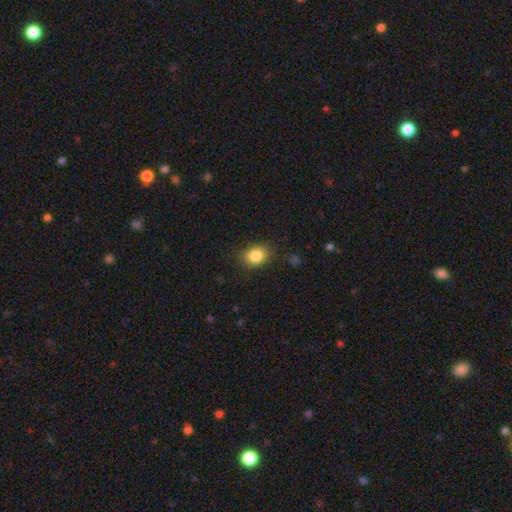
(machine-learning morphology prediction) Smooth or featured? Predicted: smooth (p=0.85). How rounded? Predicted: in between (p=0.64). Merging? Predicted: none (p=0.82).